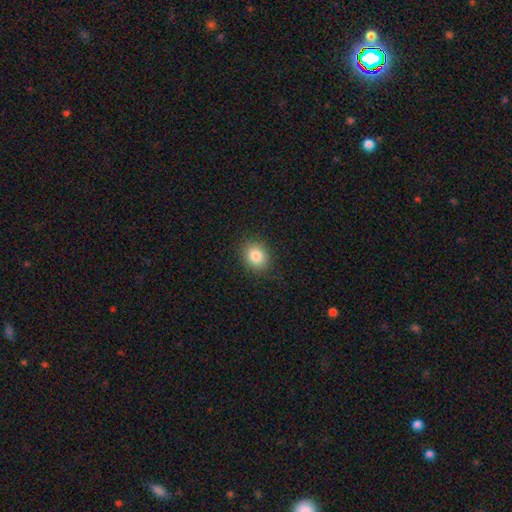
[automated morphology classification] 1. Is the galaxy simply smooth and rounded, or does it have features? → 84% smooth, 10% star or artifact, 7% featured or disk.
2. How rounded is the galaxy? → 56% round, 43% in between, 1% cigar-shaped.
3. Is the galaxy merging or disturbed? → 87% none, 9% minor disturbance, 3% major disturbance, 1% merger.